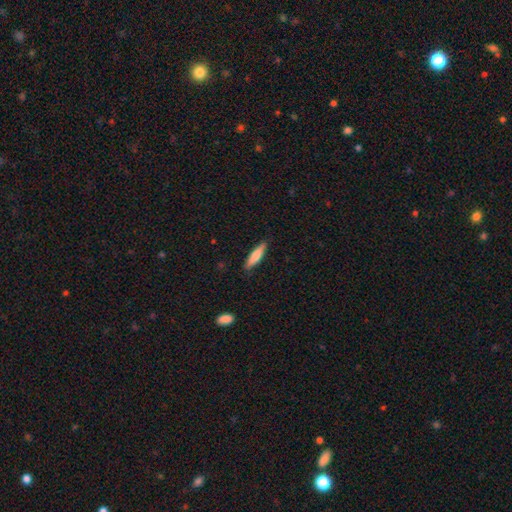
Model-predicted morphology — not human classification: type=smooth (74%); roundness=cigar-shaped (75%); merging=none (85%).